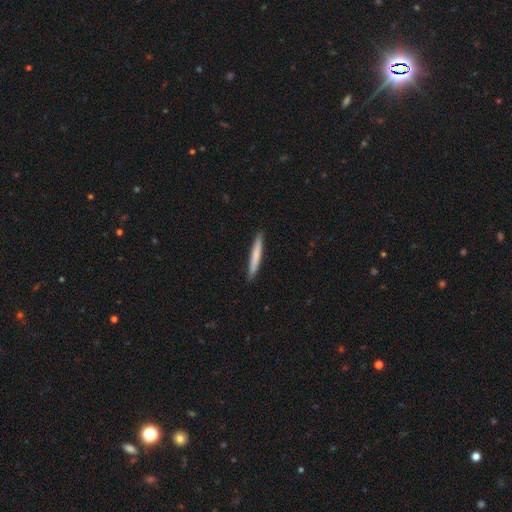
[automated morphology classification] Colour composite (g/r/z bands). It shows a smooth galaxy with no disk features (72%) that is cigar-shaped (96%). Merging: none (91%).